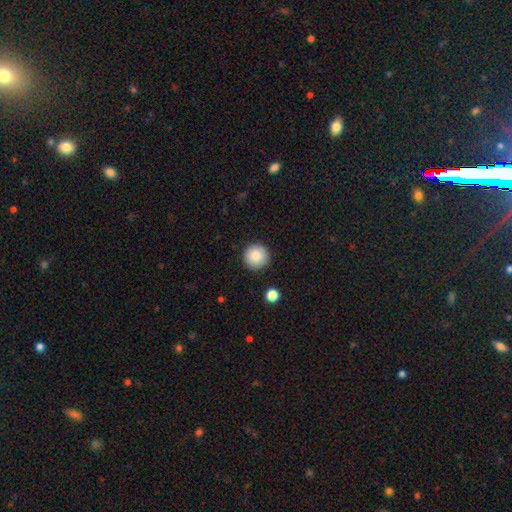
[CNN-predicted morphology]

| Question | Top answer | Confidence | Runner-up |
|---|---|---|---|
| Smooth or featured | smooth | 85% | star or artifact (8%) |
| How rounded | round | 96% | in between (3%) |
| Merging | none | 91% | minor disturbance (6%) |